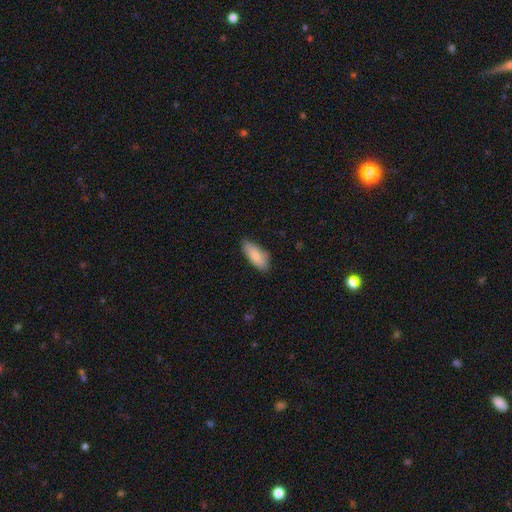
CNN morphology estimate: This is clearly a smooth galaxy (83%). How rounded: likely in between (79%). Merging: likely none (77%).